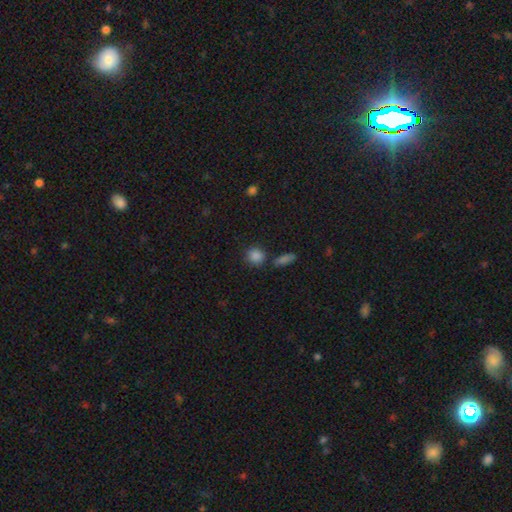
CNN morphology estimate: Overall: smooth (85%). How rounded: round (79%). Merging: none (74%).